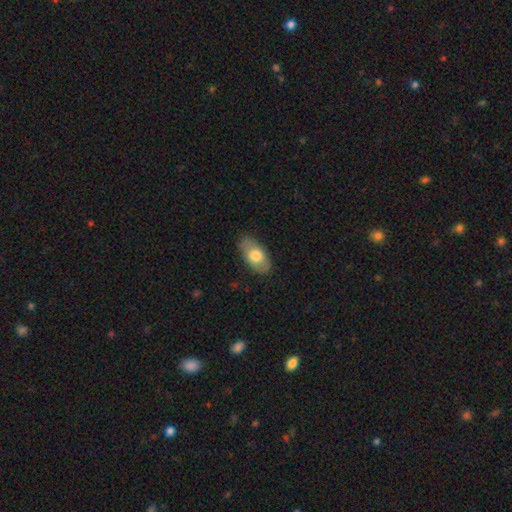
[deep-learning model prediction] Smooth or featured: smooth — 69% (featured or disk — 25%)
How rounded: in between — 92% (round — 5%)
Merging: none — 83% (minor disturbance — 13%)